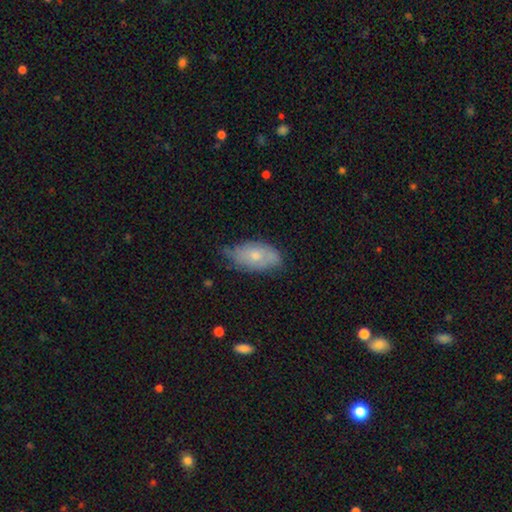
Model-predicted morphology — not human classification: Smooth or featured?
  - smooth: 61% *
  - featured or disk: 31%
  - star or artifact: 7%
How rounded?
  - in between: 92% *
  - round: 5%
  - cigar-shaped: 4%
Merging?
  - none: 54% *
  - minor disturbance: 36%
  - major disturbance: 8%
  - merger: 2%